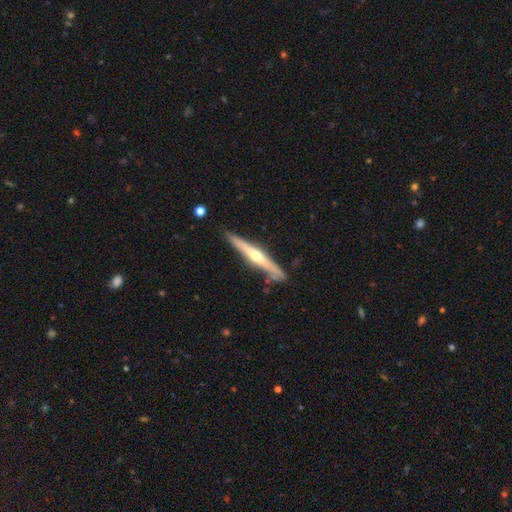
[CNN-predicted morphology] Smooth or featured? Predicted: featured or disk (p=0.67). Edge-on disk? Predicted: yes (p=0.95). Edge-on bulge? Predicted: rounded (p=0.85). Merging? Predicted: none (p=0.84).